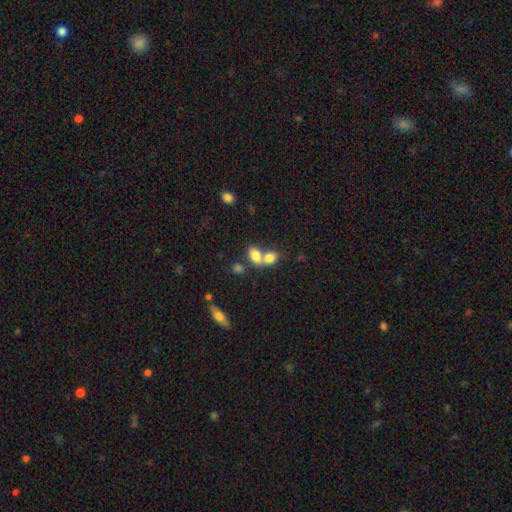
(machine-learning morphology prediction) This is likely a smooth galaxy (78%). How rounded: likely in between (70%). Merging: likely merger (63%).